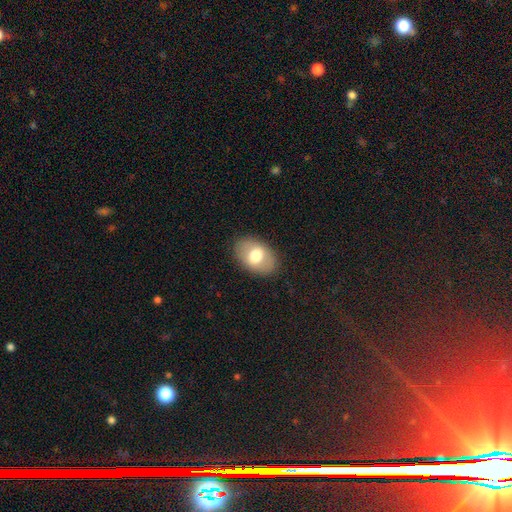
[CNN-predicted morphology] This appears to be a smooth galaxy with no disk features (67%) that is in between round and cigar-shaped (86%). Merging: none (86%).